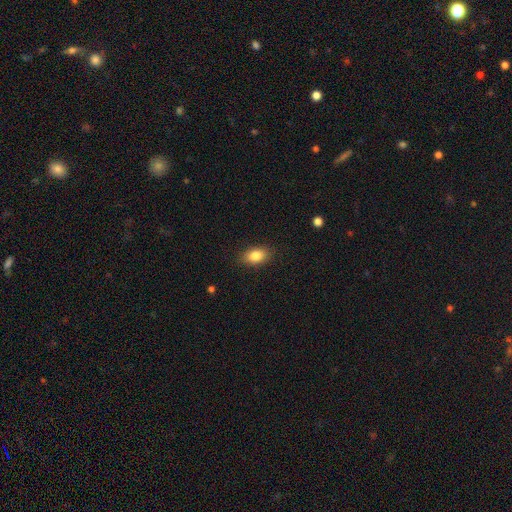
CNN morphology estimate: Smooth or featured?
  - smooth: 84% *
  - featured or disk: 8%
  - star or artifact: 8%
How rounded?
  - in between: 87% *
  - round: 10%
  - cigar-shaped: 3%
Merging?
  - none: 87% *
  - minor disturbance: 10%
  - major disturbance: 2%
  - merger: 1%